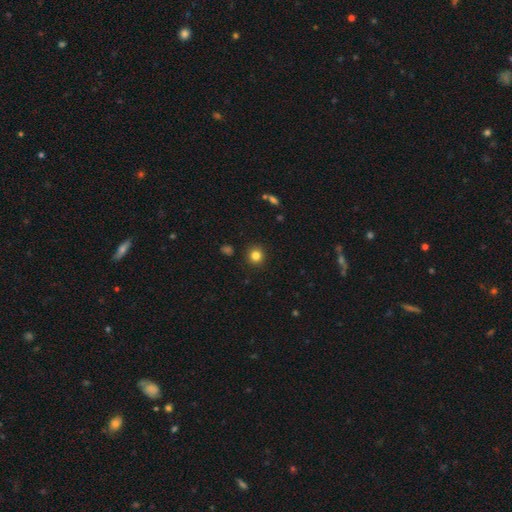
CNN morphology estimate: This is clearly a smooth galaxy (83%). How rounded: clearly round (92%). Merging: clearly none (92%).